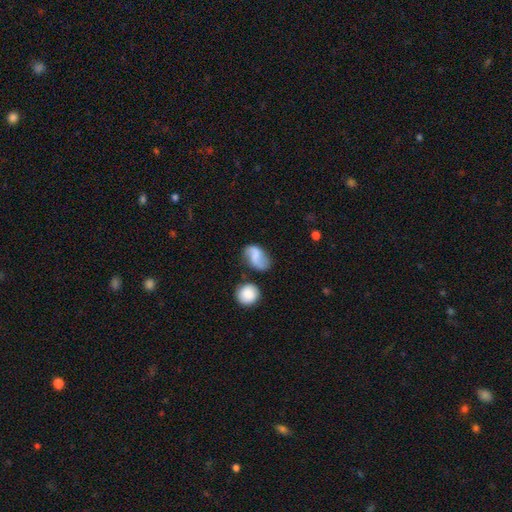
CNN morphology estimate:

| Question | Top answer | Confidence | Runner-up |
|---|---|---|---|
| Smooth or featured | smooth | 50% | featured or disk (41%) |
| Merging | none | 61% | minor disturbance (23%) |